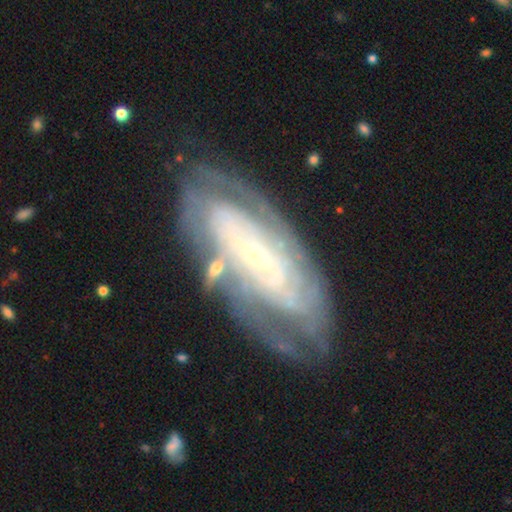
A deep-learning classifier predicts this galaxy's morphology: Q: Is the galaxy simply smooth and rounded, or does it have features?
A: featured or disk — 82%.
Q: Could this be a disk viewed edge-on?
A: no — 90%.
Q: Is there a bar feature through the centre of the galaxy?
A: no — 49%.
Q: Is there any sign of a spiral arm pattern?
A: yes — 88%.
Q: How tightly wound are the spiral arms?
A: tight — 69%.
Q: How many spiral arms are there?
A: can't tell — 49%.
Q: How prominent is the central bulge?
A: small — 83%.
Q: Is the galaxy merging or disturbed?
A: none — 71%.